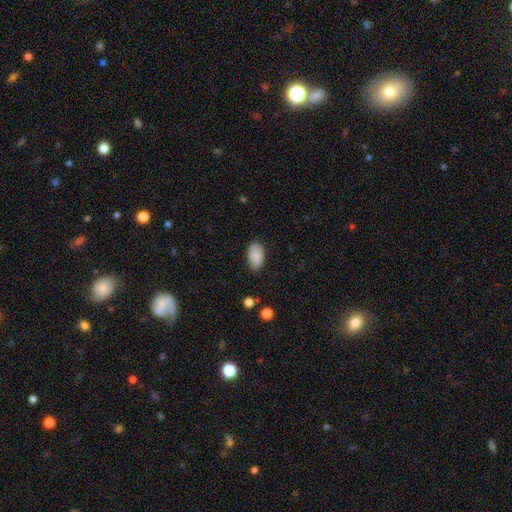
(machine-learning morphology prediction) Q: Smooth or featured?
A: smooth (87%); runner-up: star or artifact (7%)
Q: How rounded?
A: in between (94%); runner-up: round (5%)
Q: Merging?
A: none (83%); runner-up: minor disturbance (13%)